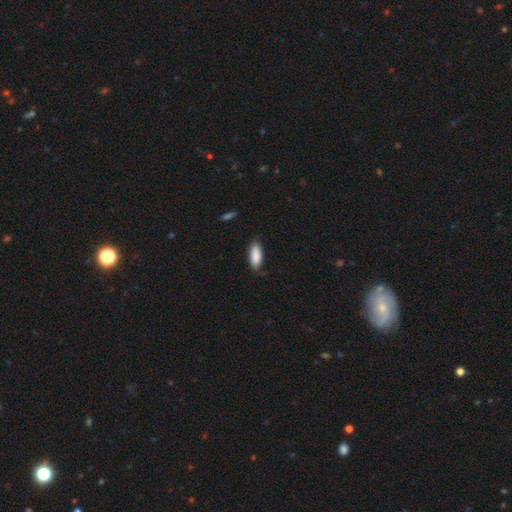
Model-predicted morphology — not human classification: Q: Smooth or featured?
A: smooth (89%); runner-up: star or artifact (6%)
Q: How rounded?
A: in between (76%); runner-up: cigar-shaped (22%)
Q: Merging?
A: none (80%); runner-up: minor disturbance (16%)